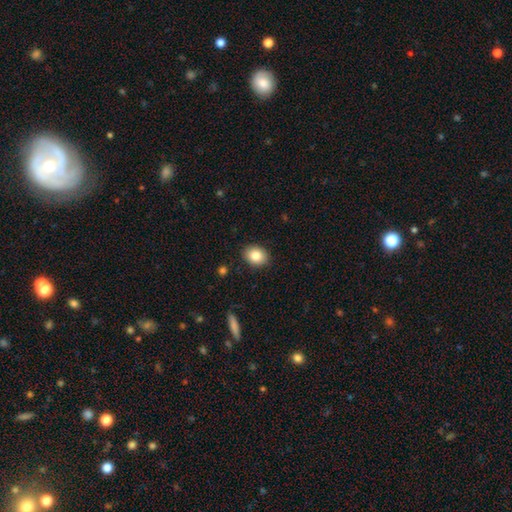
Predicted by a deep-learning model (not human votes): Smooth or featured: smooth — 84% (star or artifact — 9%)
How rounded: in between — 54% (round — 45%)
Merging: none — 89% (minor disturbance — 8%)